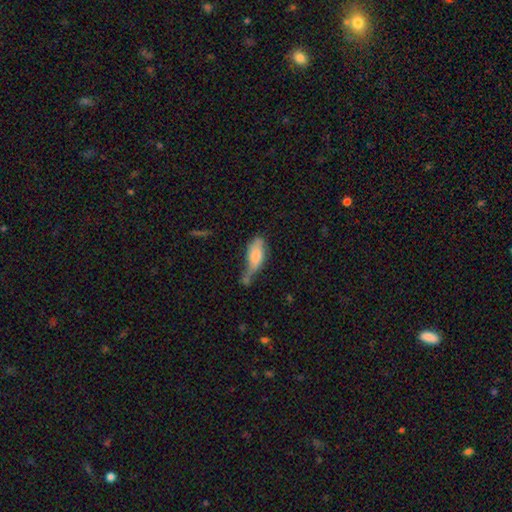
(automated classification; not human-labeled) Smooth or featured? Predicted: smooth (p=0.66). How rounded? Predicted: in between (p=0.80). Merging? Predicted: minor disturbance (p=0.30).